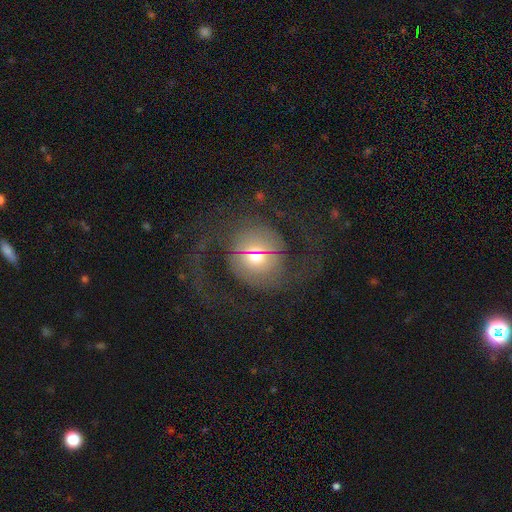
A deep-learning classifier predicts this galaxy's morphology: smooth_or_featured: featured or disk (p=0.46) [alt: smooth p=0.37]
merging: none (p=0.49) [alt: major disturbance p=0.33]